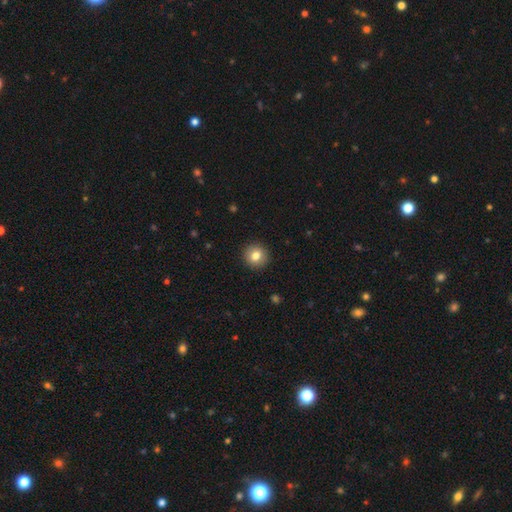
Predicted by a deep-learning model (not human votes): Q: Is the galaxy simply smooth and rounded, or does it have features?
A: smooth — 82%.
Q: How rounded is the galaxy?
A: round — 93%.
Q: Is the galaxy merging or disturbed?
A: none — 93%.